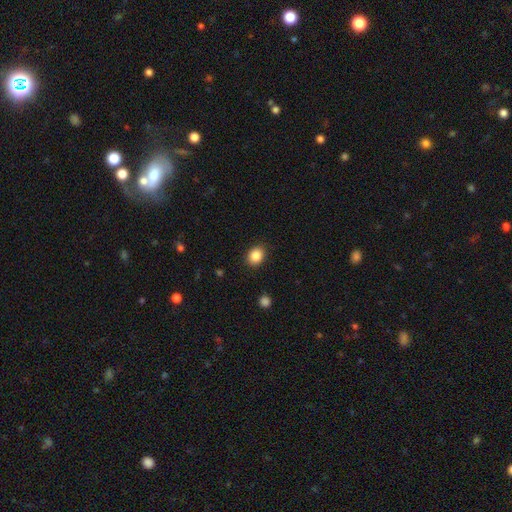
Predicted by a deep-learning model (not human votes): Smooth or featured? Predicted: smooth (p=0.87). How rounded? Predicted: round (p=0.54). Merging? Predicted: none (p=0.88).